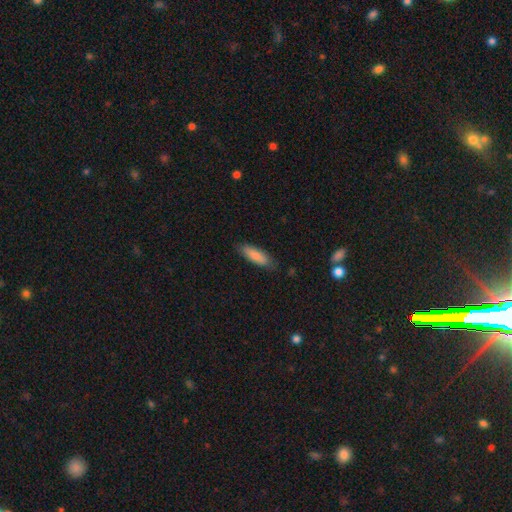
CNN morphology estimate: The model was most divided on "how rounded": in between: 53%, cigar-shaped: 45%, round: 2%. More confident: smooth or featured — smooth (83%); merging — none (80%).